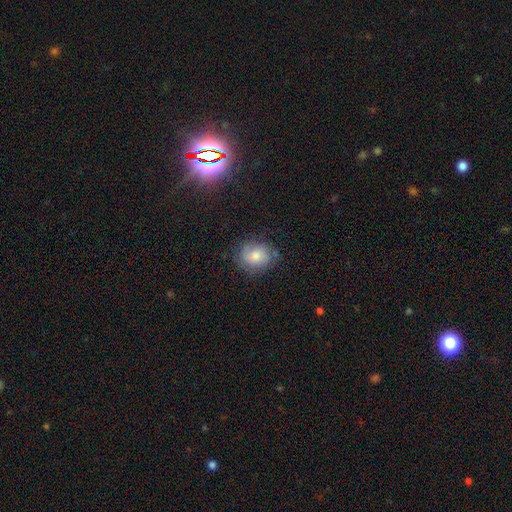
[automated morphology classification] This appears to be a smooth galaxy with no disk features (65%) that is round (54%). Merging: none (67%).